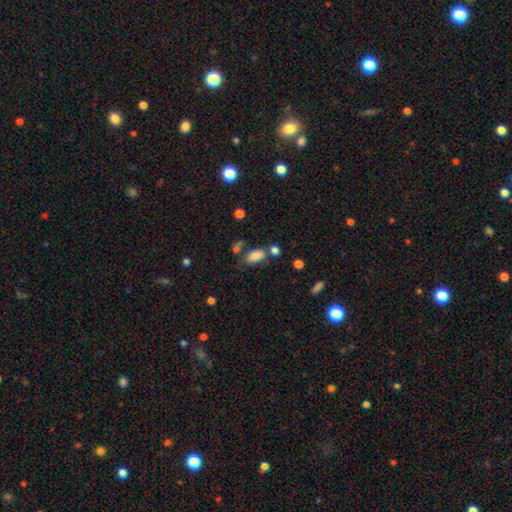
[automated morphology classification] A smooth galaxy with no disk features (82%) that is in between round and cigar-shaped (92%). Merging: none (53%).